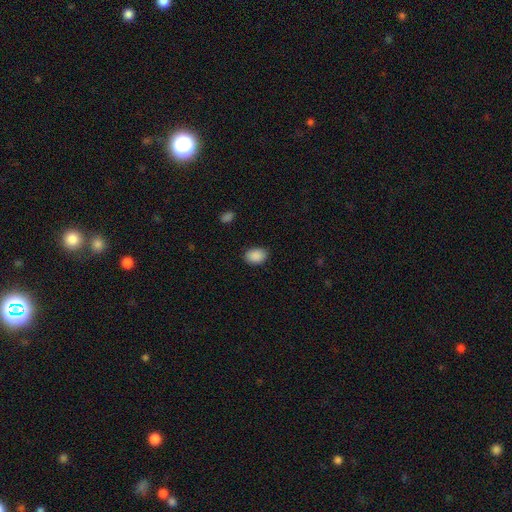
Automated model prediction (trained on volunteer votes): A smooth galaxy with no disk features (90%) that is in between round and cigar-shaped (81%). Merging: none (86%).